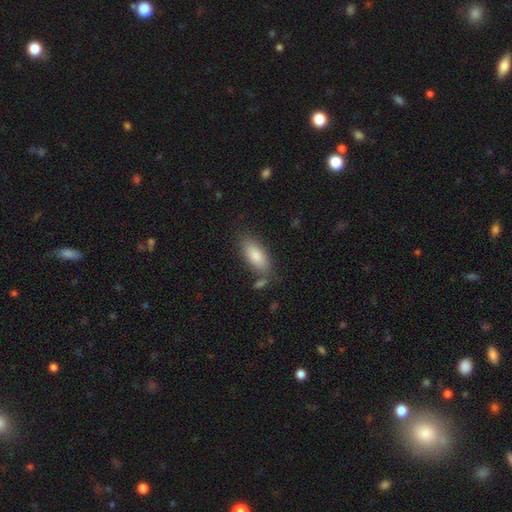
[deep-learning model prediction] smooth_or_featured: smooth (p=0.84) [alt: featured or disk p=0.10]
how_rounded: in between (p=0.85) [alt: cigar-shaped p=0.13]
merging: none (p=0.72) [alt: minor disturbance p=0.16]